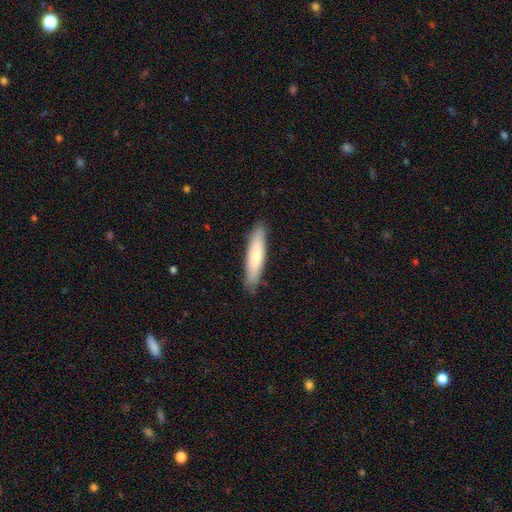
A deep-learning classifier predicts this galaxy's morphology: Smooth or featured? Predicted: smooth (p=0.68). How rounded? Predicted: cigar-shaped (p=0.79). Merging? Predicted: none (p=0.87).